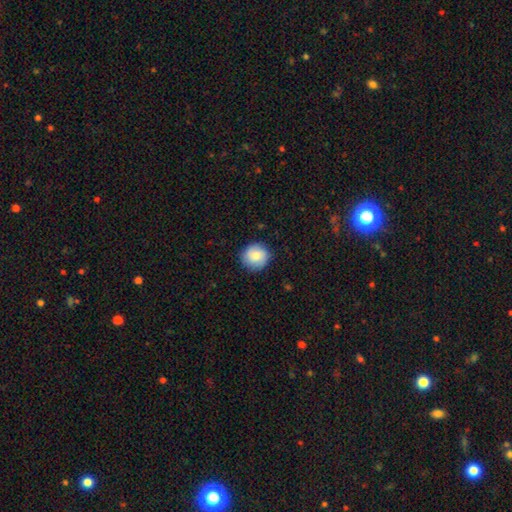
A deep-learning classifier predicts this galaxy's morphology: Q: Smooth or featured?
A: smooth (82%); runner-up: featured or disk (11%)
Q: How rounded?
A: round (91%); runner-up: in between (8%)
Q: Merging?
A: none (87%); runner-up: minor disturbance (9%)